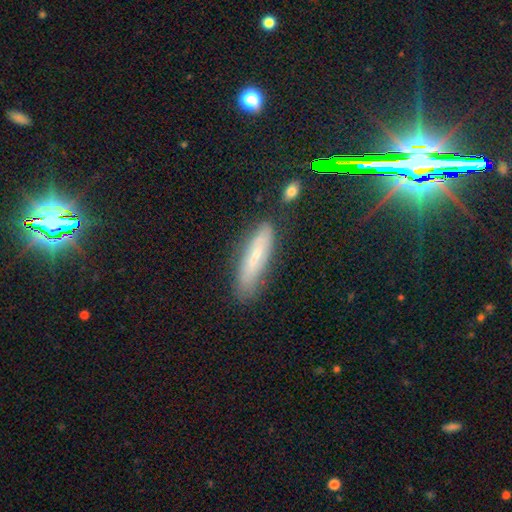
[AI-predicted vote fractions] Overall: smooth (50%; featured or disk 38%). Merging: none (75%).